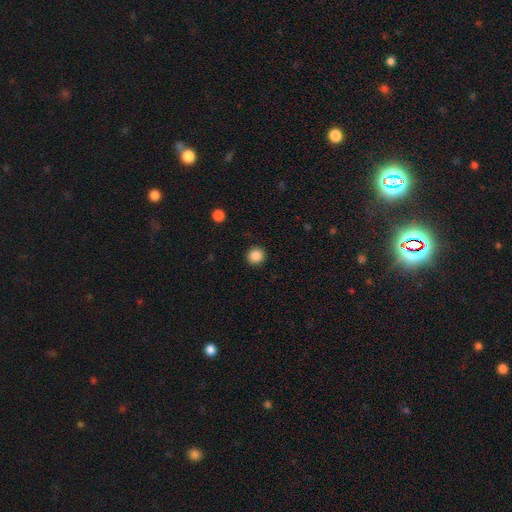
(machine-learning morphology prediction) A smooth galaxy with no disk features (86%) that is round (92%).

Vote fractions:
- Smooth or featured? smooth: 86% / star or artifact: 10% / featured or disk: 4%
- How rounded? round: 92% / in between: 7% / cigar-shaped: 1%
- Merging? none: 92% / minor disturbance: 5% / major disturbance: 2% / merger: 1%